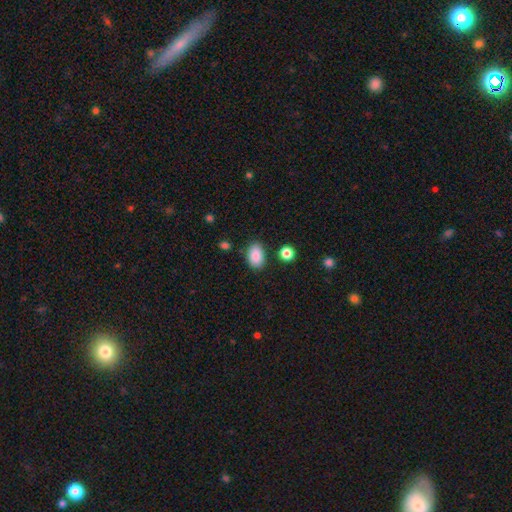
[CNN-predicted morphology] Overall: smooth (87%). How rounded: in between (88%). Merging: none (82%).